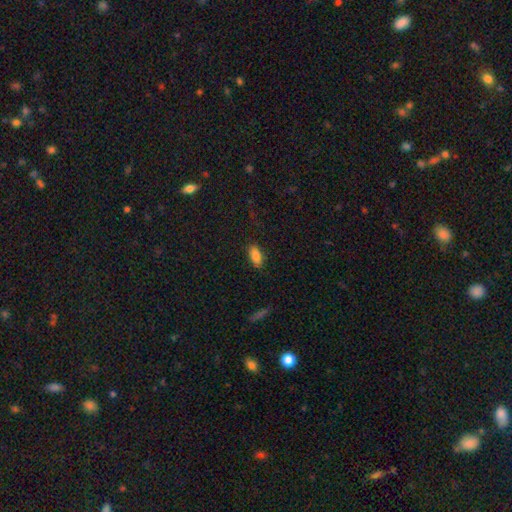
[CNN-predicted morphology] A smooth galaxy with no disk features (86%) that is in between round and cigar-shaped (88%). Merging: none (84%).